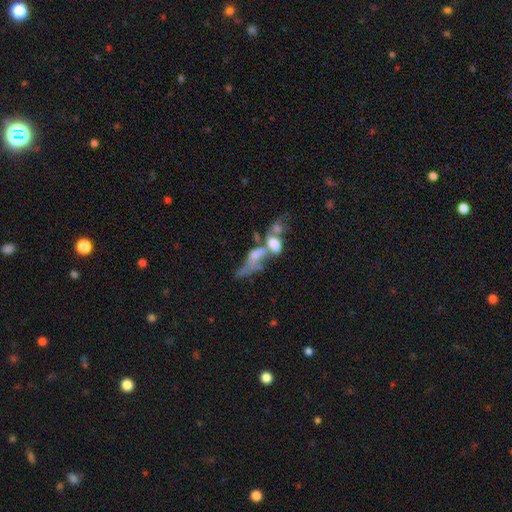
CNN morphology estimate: Q: Smooth or featured?
A: smooth (44%); runner-up: featured or disk (43%)
Q: Merging?
A: merger (67%); runner-up: major disturbance (18%)